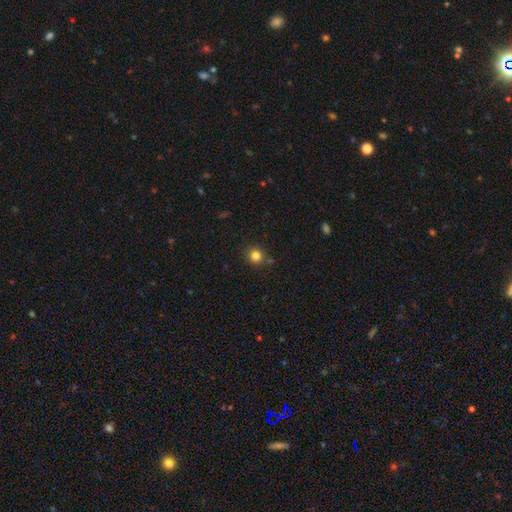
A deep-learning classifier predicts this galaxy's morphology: Smooth or featured?
  - smooth: 82% *
  - star or artifact: 13%
  - featured or disk: 5%
How rounded?
  - round: 91% *
  - in between: 8%
  - cigar-shaped: 1%
Merging?
  - none: 84% *
  - minor disturbance: 9%
  - merger: 5%
  - major disturbance: 2%